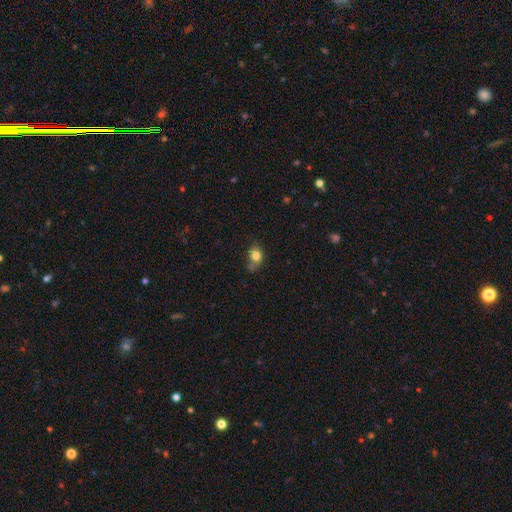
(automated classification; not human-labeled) The model was most divided on "how rounded": in between: 55%, round: 43%, cigar-shaped: 1%. More confident: smooth or featured — smooth (81%); merging — none (52%).